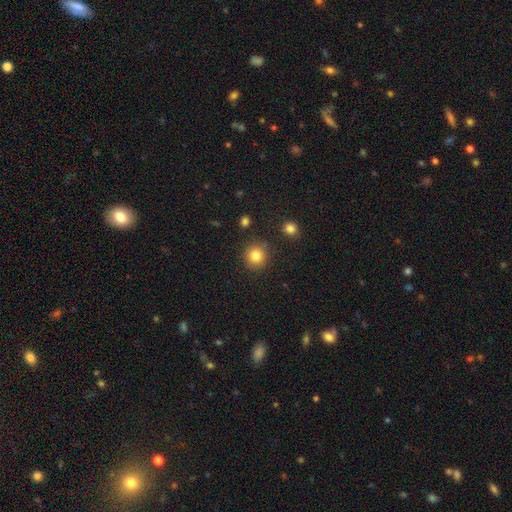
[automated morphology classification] A smooth galaxy with no disk features (84%) that is round (91%).

Vote fractions:
- Smooth or featured? smooth: 84% / star or artifact: 11% / featured or disk: 5%
- How rounded? round: 91% / in between: 8% / cigar-shaped: 1%
- Merging? none: 87% / minor disturbance: 7% / merger: 3% / major disturbance: 3%